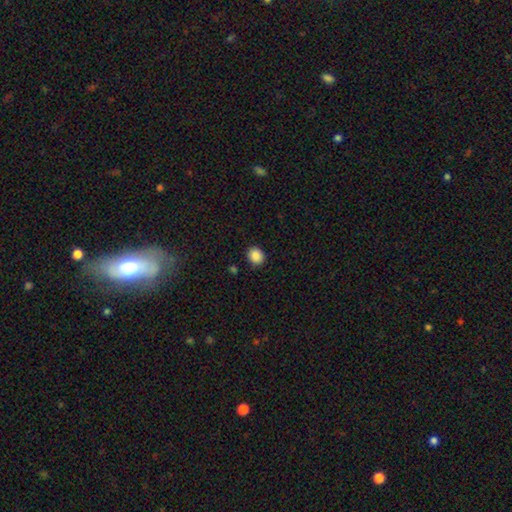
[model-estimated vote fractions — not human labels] Smooth or featured? Predicted: smooth (p=0.88). How rounded? Predicted: round (p=0.74). Merging? Predicted: none (p=0.89).